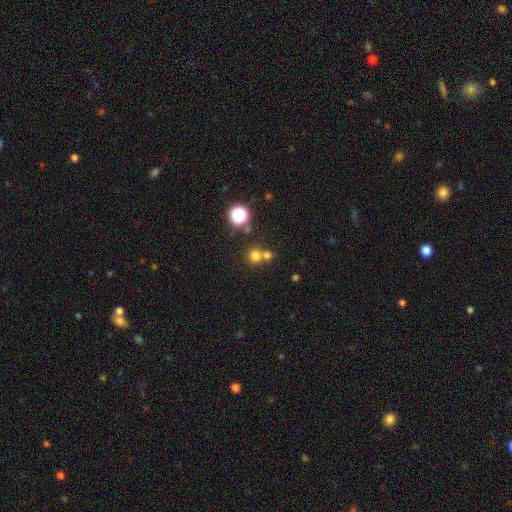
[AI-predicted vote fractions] Q: Smooth or featured?
A: smooth (73%); runner-up: star or artifact (19%)
Q: How rounded?
A: round (90%); runner-up: in between (9%)
Q: Merging?
A: none (56%); runner-up: merger (35%)